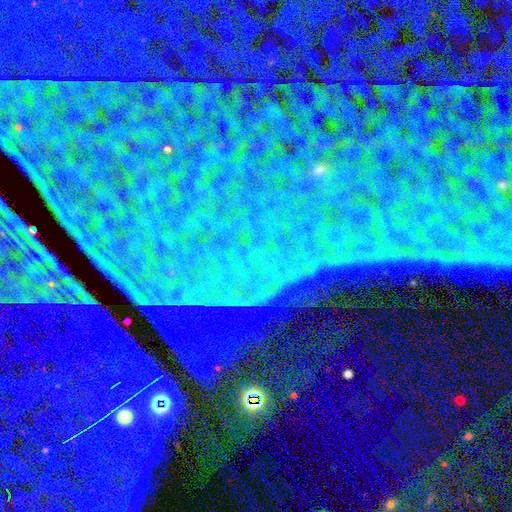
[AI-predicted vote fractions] smooth_or_featured: star or artifact (p=0.86) [alt: featured or disk p=0.07]